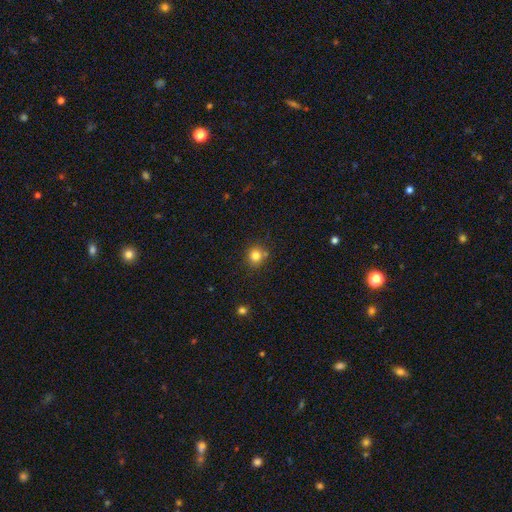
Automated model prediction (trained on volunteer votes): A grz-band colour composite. It shows a smooth galaxy with no disk features (81%) that is round (84%). Merging: none (77%).